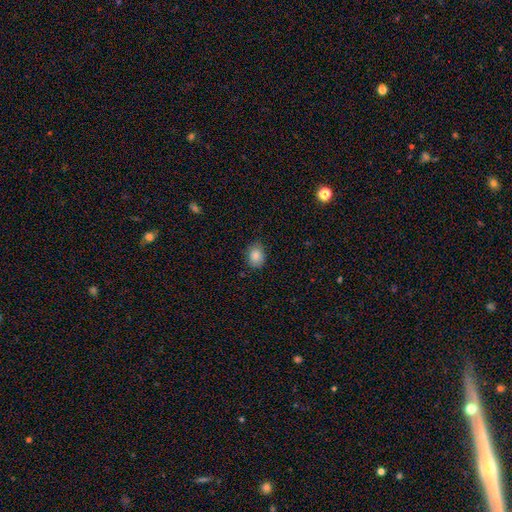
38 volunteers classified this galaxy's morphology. Smooth or featured: smooth — 84% (featured or disk — 13%)
How rounded: in between — 56% (round — 44%)
Merging: none — 78% (minor disturbance — 22%)